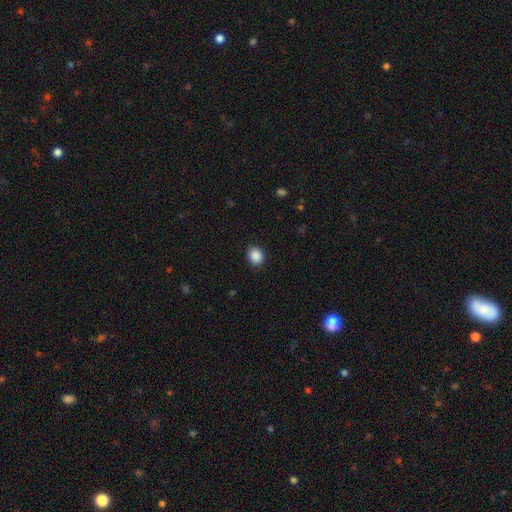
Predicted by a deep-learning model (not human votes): Morphology: type=smooth (89%); roundness=round (66%); merging=none (90%).